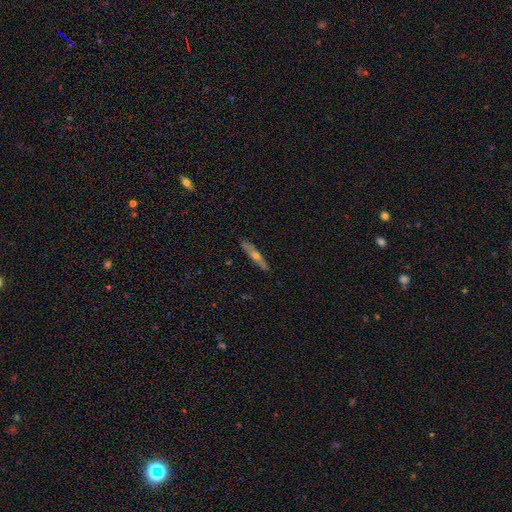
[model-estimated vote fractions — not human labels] Morphology: type=featured or disk (59%); edge-on=yes (87%); edge-on bulge=rounded (87%); merging=none (86%).